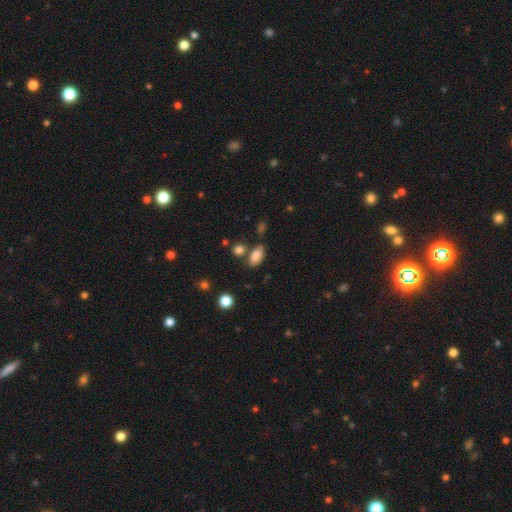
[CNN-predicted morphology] The model was most divided on "merging": none: 68%, minor disturbance: 16%, merger: 12%, major disturbance: 5%. More confident: how rounded — in between (90%); smooth or featured — smooth (84%).